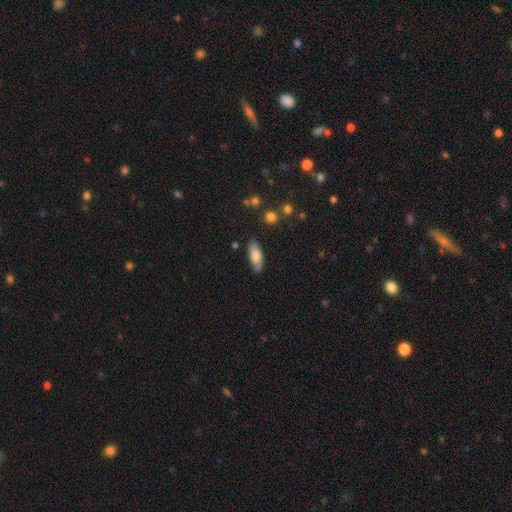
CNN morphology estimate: Smooth or featured? smooth (79%)
How rounded? in between (75%)
Merging? none (83%)